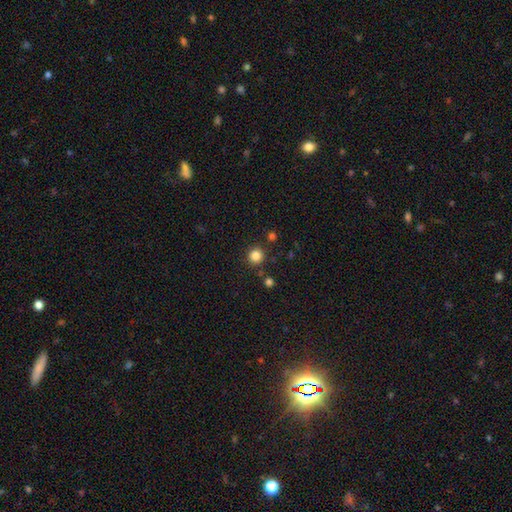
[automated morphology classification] smooth_or_featured: smooth (p=0.83) [alt: star or artifact p=0.13]
how_rounded: round (p=0.93) [alt: in between p=0.06]
merging: none (p=0.87) [alt: minor disturbance p=0.06]